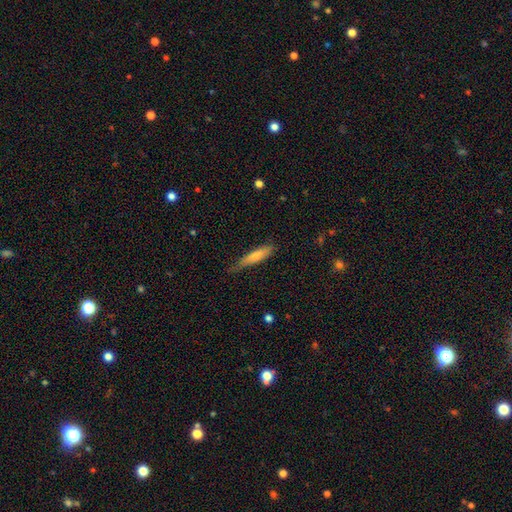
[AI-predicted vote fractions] A smooth galaxy with no disk features (74%) that is cigar-shaped (80%).

Vote fractions:
- Smooth or featured? smooth: 74% / featured or disk: 20% / star or artifact: 6%
- How rounded? cigar-shaped: 80% / in between: 18% / round: 2%
- Merging? none: 60% / minor disturbance: 31% / major disturbance: 7% / merger: 2%